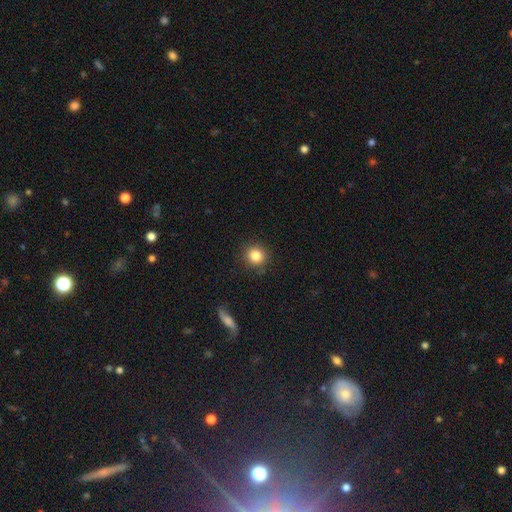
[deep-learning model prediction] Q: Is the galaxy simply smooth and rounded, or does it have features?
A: smooth — 84%.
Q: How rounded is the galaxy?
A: round — 90%.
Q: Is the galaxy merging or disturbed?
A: none — 88%.